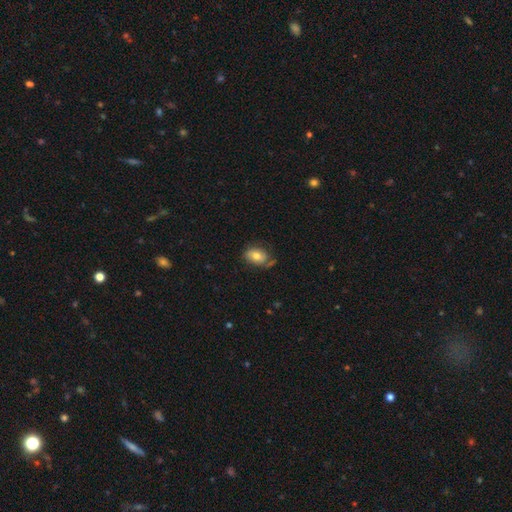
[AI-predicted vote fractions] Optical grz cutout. It shows a smooth galaxy with no disk features (63%) that is in between round and cigar-shaped (80%). Merging: none (56%).